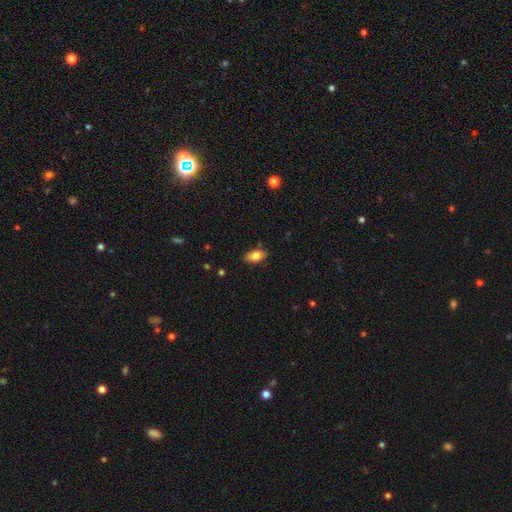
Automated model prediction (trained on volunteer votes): This is clearly a smooth galaxy (83%). How rounded: clearly in between (91%). Merging: clearly none (83%).